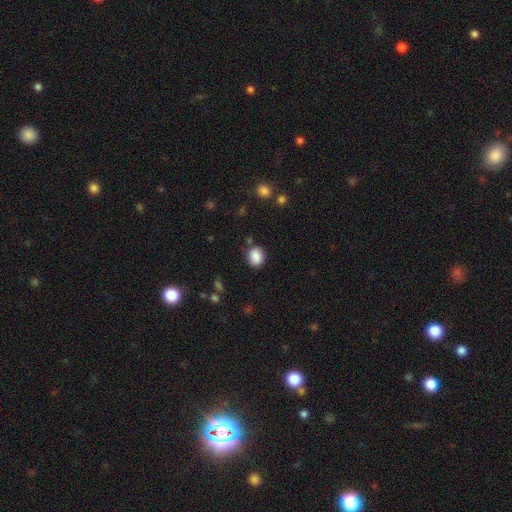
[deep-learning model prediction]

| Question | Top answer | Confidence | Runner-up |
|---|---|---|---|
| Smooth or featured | smooth | 87% | star or artifact (9%) |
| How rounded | round | 58% | in between (41%) |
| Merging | none | 81% | minor disturbance (12%) |